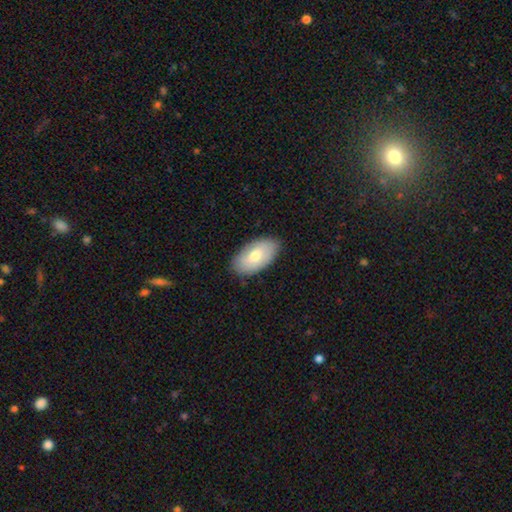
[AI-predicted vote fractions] Smooth or featured? Predicted: smooth (p=0.70). How rounded? Predicted: in between (p=0.94). Merging? Predicted: none (p=0.85).